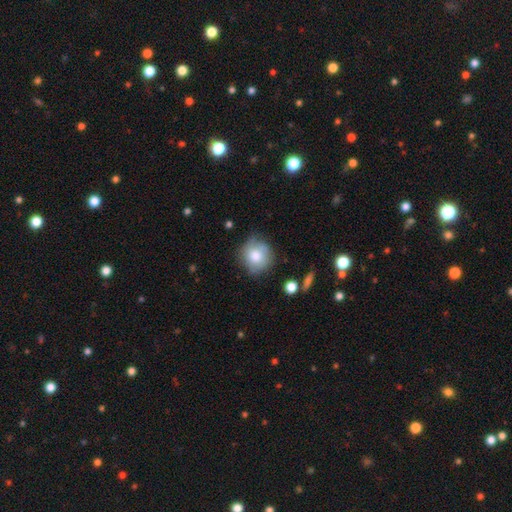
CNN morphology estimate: Q: Smooth or featured?
A: smooth (77%); runner-up: featured or disk (15%)
Q: How rounded?
A: round (89%); runner-up: in between (10%)
Q: Merging?
A: none (70%); runner-up: minor disturbance (22%)